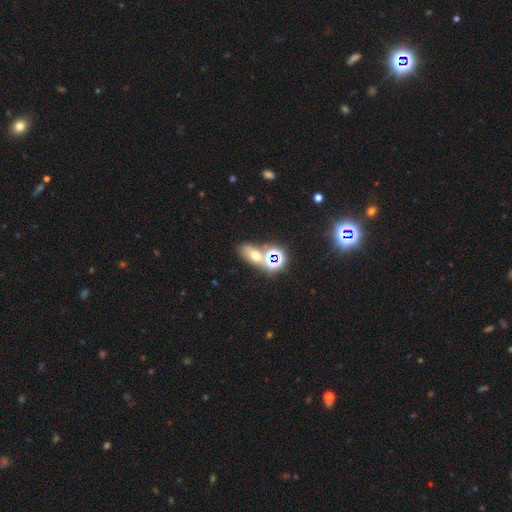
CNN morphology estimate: smooth-or-featured: smooth: 50% | star or artifact: 34% | featured or disk: 16%
  merging: none: 55% | merger: 27% | minor disturbance: 12% | major disturbance: 6%